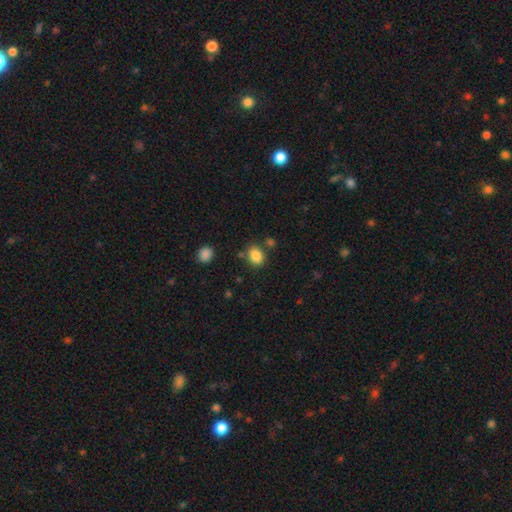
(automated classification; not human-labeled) Q: Smooth or featured?
A: smooth (85%); runner-up: star or artifact (10%)
Q: How rounded?
A: in between (65%); runner-up: round (34%)
Q: Merging?
A: none (74%); runner-up: minor disturbance (13%)